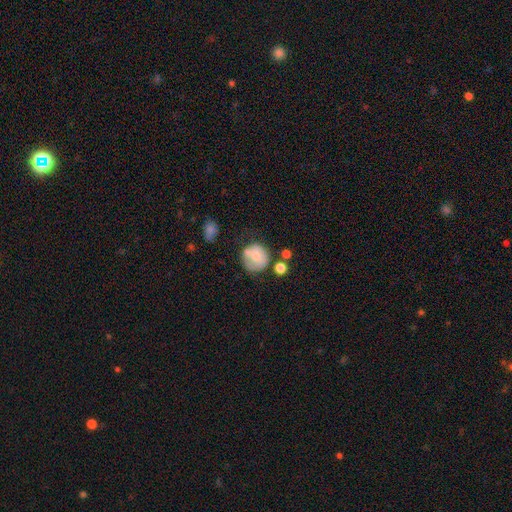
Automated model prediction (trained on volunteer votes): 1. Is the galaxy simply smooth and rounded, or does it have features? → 65% smooth, 26% featured or disk, 8% star or artifact.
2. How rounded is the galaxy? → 84% round, 15% in between, 1% cigar-shaped.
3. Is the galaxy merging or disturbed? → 49% none, 24% minor disturbance, 15% merger, 12% major disturbance.